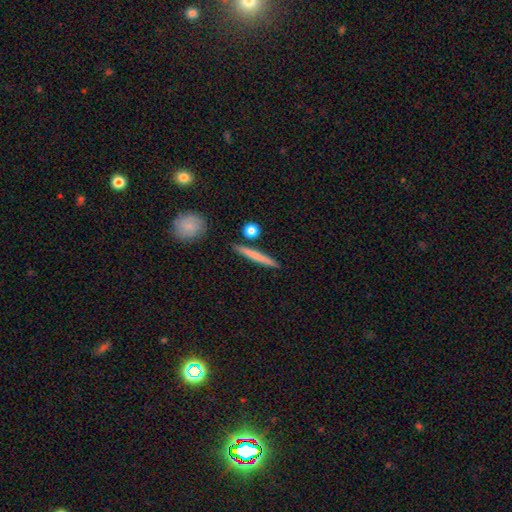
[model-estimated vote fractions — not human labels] This is likely a smooth galaxy (65%). How rounded: clearly cigar-shaped (93%). Merging: clearly none (87%).